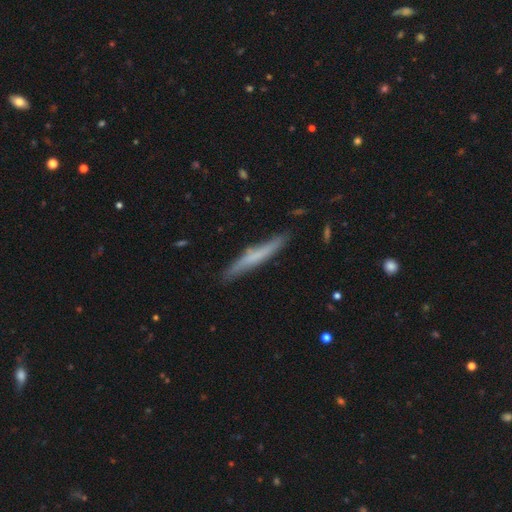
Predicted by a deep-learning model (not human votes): Overall: smooth (52%; featured or disk 42%). How rounded: cigar-shaped (95%). Merging: none (83%).